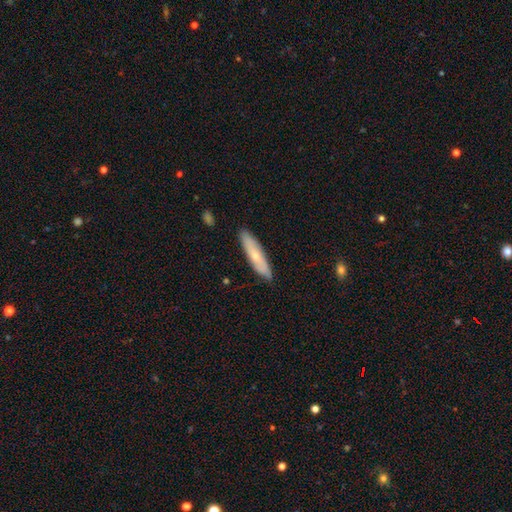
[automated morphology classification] type=smooth (61%); roundness=cigar-shaped (80%); merging=none (87%).